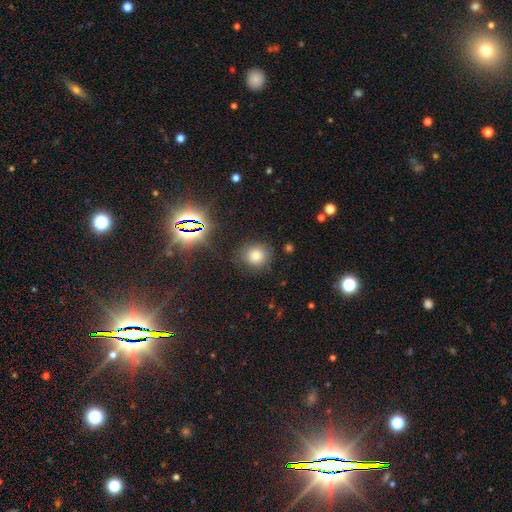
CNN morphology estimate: This is likely a smooth galaxy (72%). How rounded: clearly round (85%). Merging: clearly none (82%).